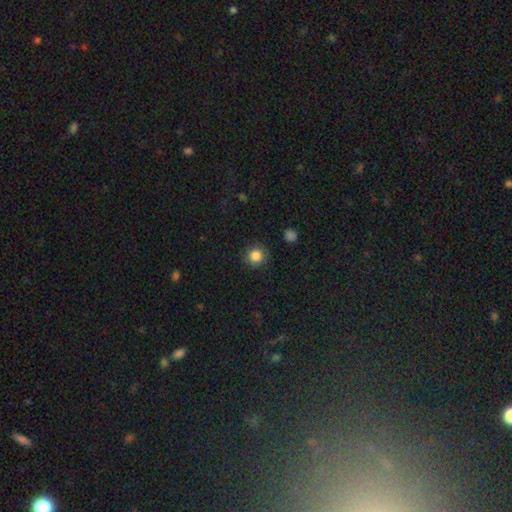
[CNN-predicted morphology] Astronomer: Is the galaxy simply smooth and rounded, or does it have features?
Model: smooth — 85%.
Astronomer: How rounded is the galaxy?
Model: round — 94%.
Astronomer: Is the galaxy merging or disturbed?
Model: none — 89%.